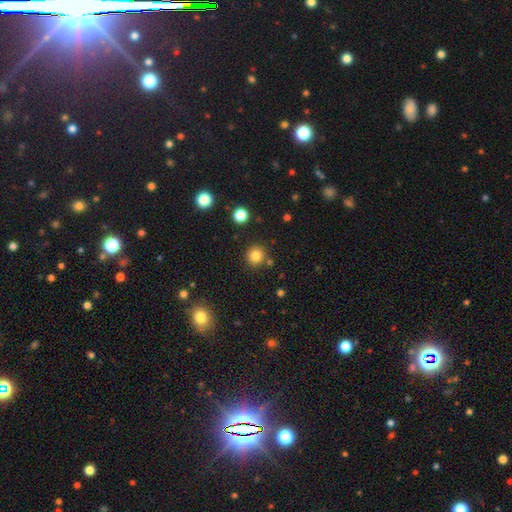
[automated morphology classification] Overall: smooth (83%). How rounded: round (91%). Merging: none (85%).